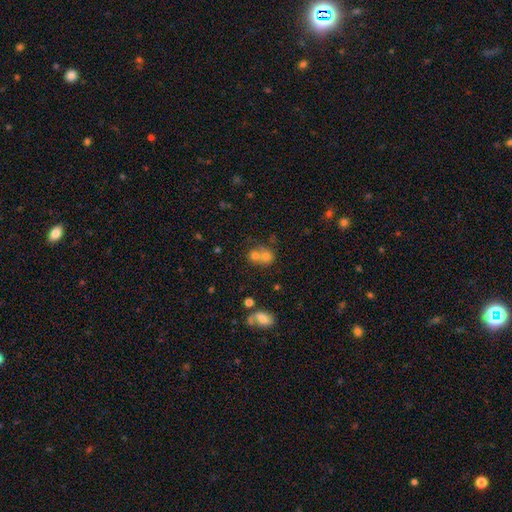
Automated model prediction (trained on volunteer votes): Smooth or featured? smooth (64%)
How rounded? round (76%)
Merging? merger (53%)